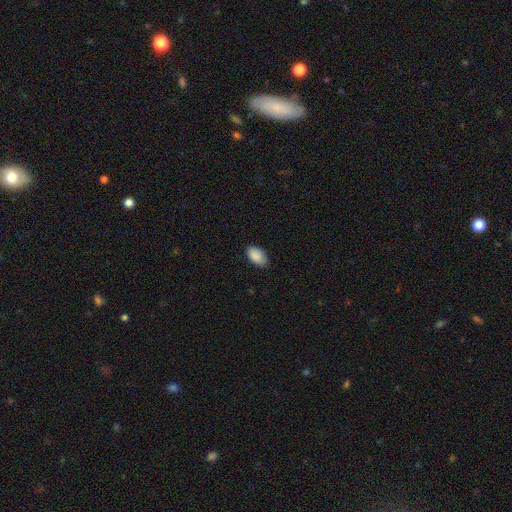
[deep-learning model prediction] A smooth galaxy with no disk features (90%) that is in between round and cigar-shaped (94%). Merging: none (85%).